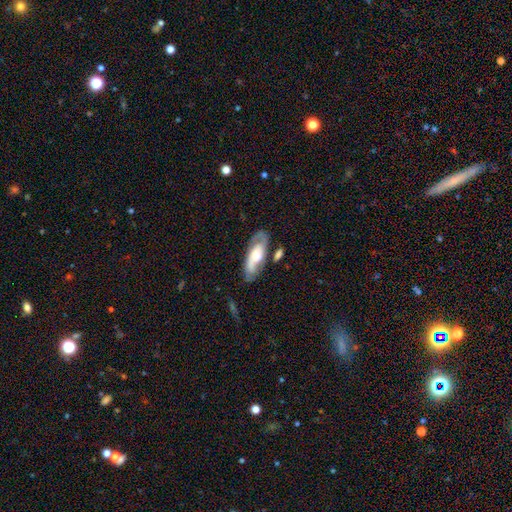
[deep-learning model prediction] This is likely a featured or disk galaxy (68%). It is clearly not viewed edge-on (88%). Bar: possibly no (58%). Spiral arm pattern: clearly yes (87%). Spiral arm count: likely 2 (77%). Spiral winding: possibly medium (46%). Central bulge: marginally moderate (39%). Merging: likely none (67%).